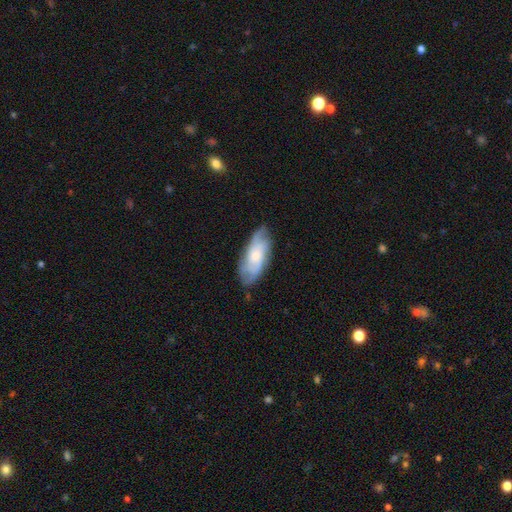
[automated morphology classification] smooth-or-featured: featured or disk: 58% | smooth: 35% | star or artifact: 6%
  disk-edge-on: no: 88% | yes: 12%
    bar: no: 71% | weak: 25% | strong: 4%
    has-spiral-arms: yes: 87% | no: 13%
    bulge-size: moderate: 44% | small: 43% | large: 6% | none: 6% | dominant: 1%
  merging: none: 75% | minor disturbance: 19% | major disturbance: 5% | merger: 1%